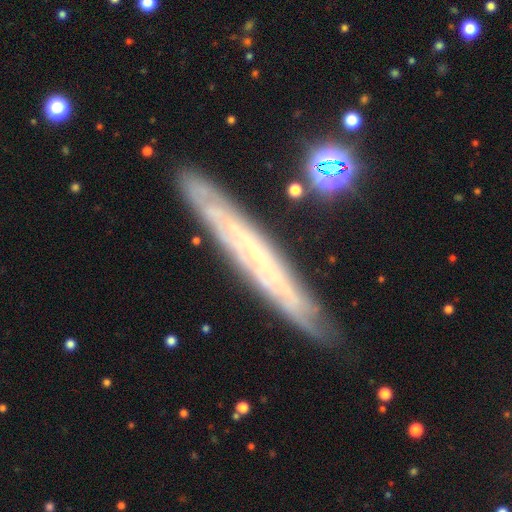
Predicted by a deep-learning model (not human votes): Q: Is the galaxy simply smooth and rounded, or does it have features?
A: featured or disk — 69%.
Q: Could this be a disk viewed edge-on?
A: yes — 74%.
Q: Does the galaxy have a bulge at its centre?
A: none — 82%.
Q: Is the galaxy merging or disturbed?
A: none — 85%.